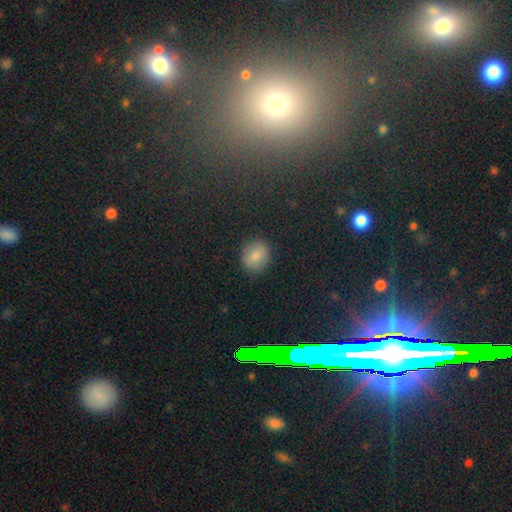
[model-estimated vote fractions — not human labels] Overall: smooth (81%). How rounded: round (64%; in between 35%). Merging: none (86%).